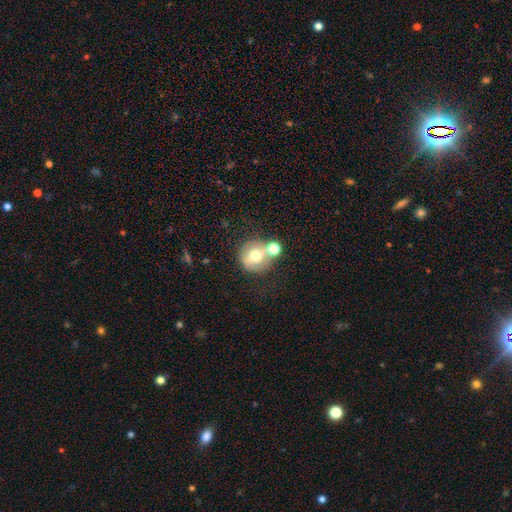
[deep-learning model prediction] The model was most divided on "merging": none: 52%, merger: 30%, minor disturbance: 13%, major disturbance: 6%. More confident: how rounded — round (88%); smooth or featured — smooth (63%).